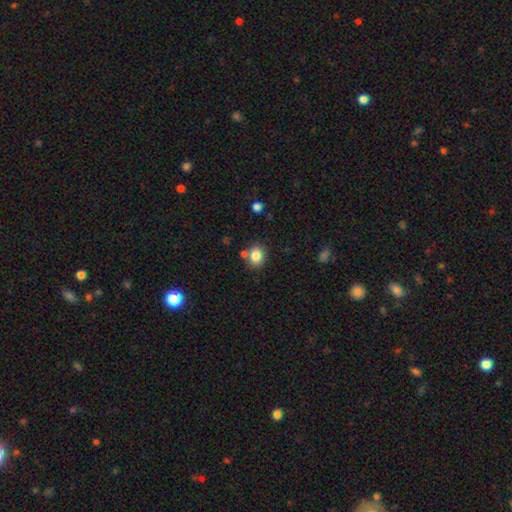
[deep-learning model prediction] smooth-or-featured: smooth: 84% | star or artifact: 10% | featured or disk: 6%
  how-rounded: round: 50% | in between: 49% | cigar-shaped: 1%
  merging: none: 74% | minor disturbance: 12% | merger: 11% | major disturbance: 3%